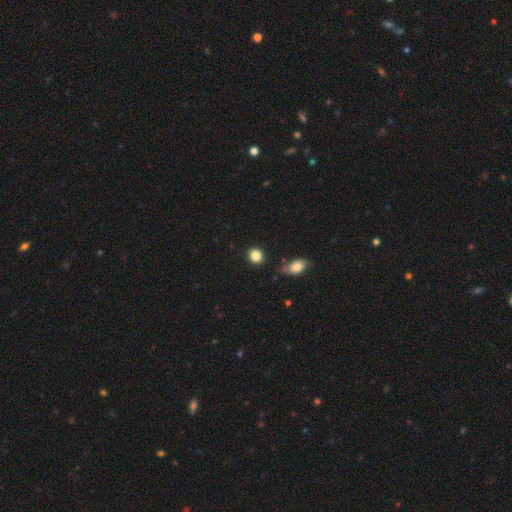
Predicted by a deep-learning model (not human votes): Smooth or featured? smooth (85%)
How rounded? round (79%)
Merging? none (85%)